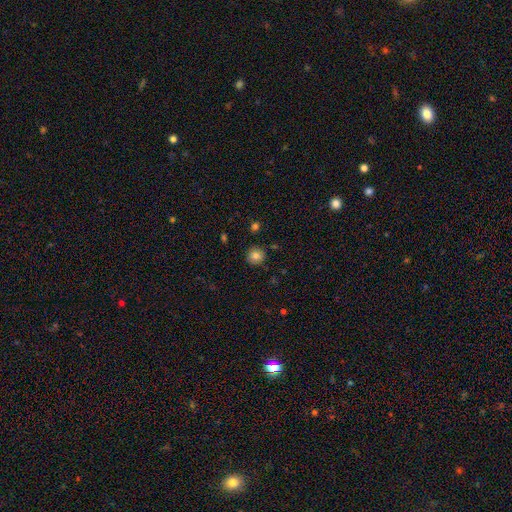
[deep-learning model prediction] This appears to be a smooth galaxy with no disk features (82%) that is round (91%). Merging: none (88%).